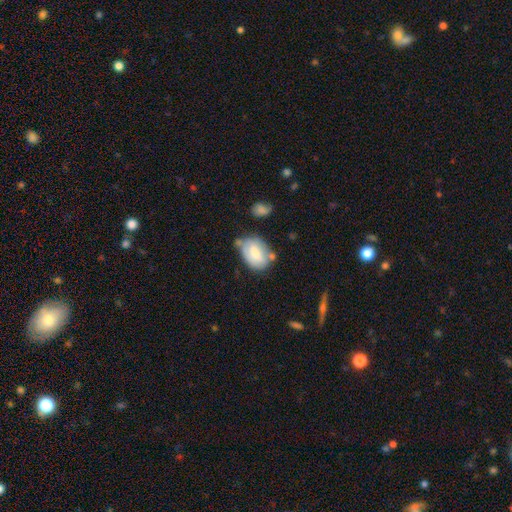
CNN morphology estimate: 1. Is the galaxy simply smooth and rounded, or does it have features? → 69% smooth, 25% featured or disk, 7% star or artifact.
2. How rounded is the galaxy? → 86% in between, 13% round, 1% cigar-shaped.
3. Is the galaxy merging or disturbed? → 43% none, 31% minor disturbance, 16% merger, 10% major disturbance.